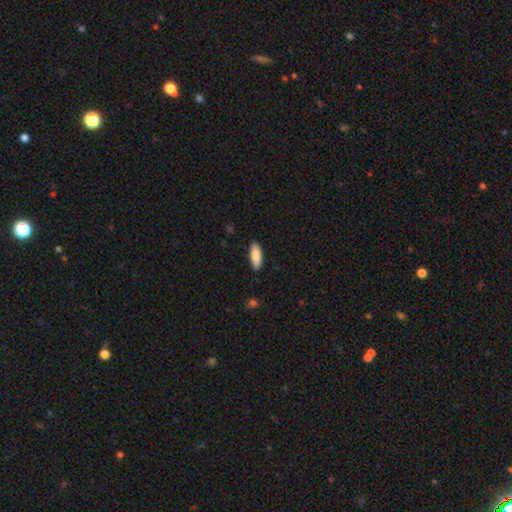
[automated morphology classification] smooth_or_featured: smooth (p=0.87) [alt: featured or disk p=0.07]
how_rounded: in between (p=0.74) [alt: cigar-shaped p=0.24]
merging: none (p=0.87) [alt: minor disturbance p=0.10]